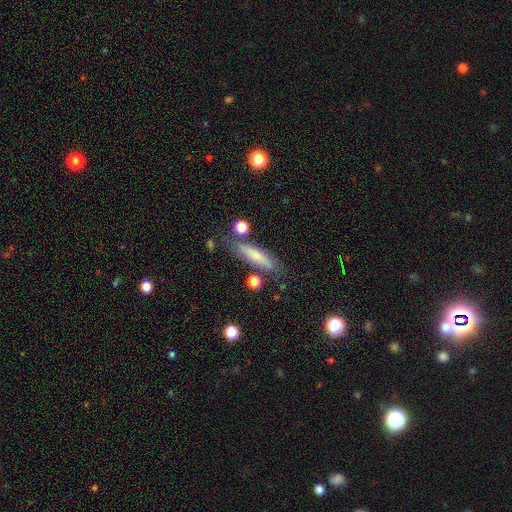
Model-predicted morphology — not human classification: smooth_or_featured: smooth (p=0.69) [alt: featured or disk p=0.23]
how_rounded: cigar-shaped (p=0.78) [alt: in between p=0.19]
merging: none (p=0.74) [alt: minor disturbance p=0.16]